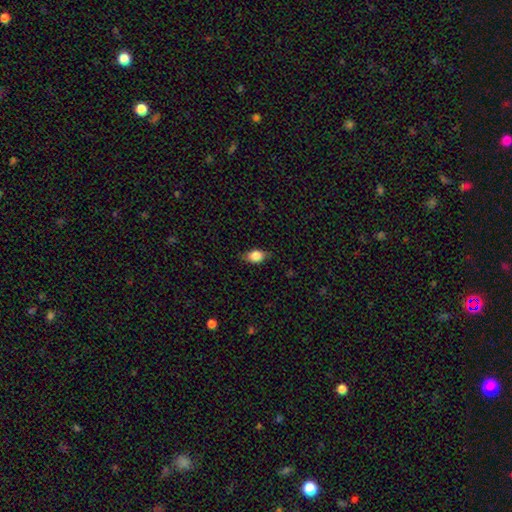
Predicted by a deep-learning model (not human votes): Morphology: type=smooth (82%); roundness=in between (80%); merging=none (77%).